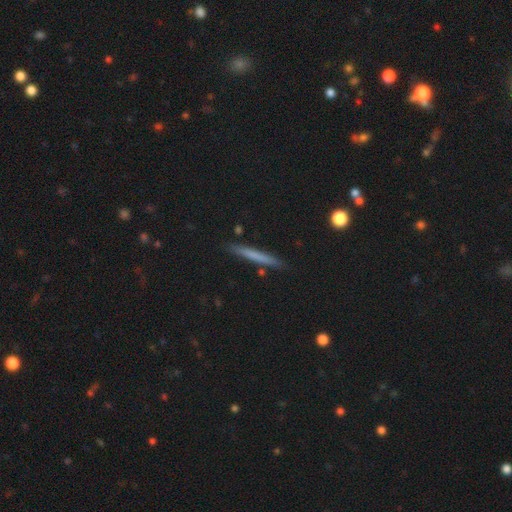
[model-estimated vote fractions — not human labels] smooth 63%, featured or disk 30%, star or artifact 7%. Down the decision tree: how rounded — cigar-shaped (96%); merging — none (88%).